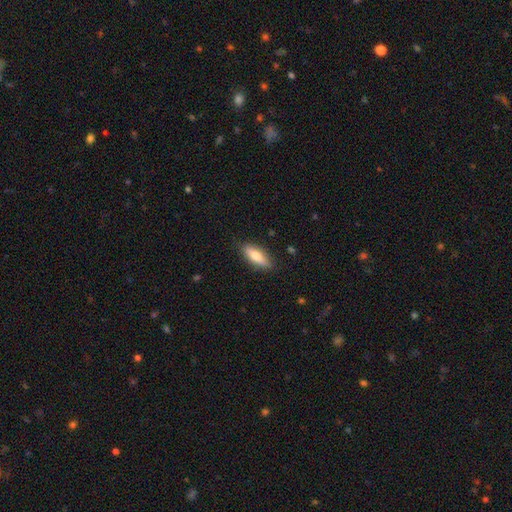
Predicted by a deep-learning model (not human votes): This appears to be a smooth galaxy with no disk features (70%) that is in between round and cigar-shaped (57%). Merging: none (85%).